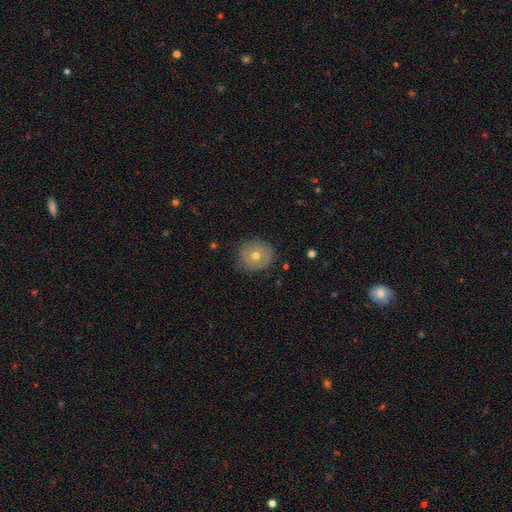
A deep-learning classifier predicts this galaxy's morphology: smooth_or_featured: smooth (p=0.50) [alt: featured or disk p=0.41]
merging: none (p=0.80) [alt: minor disturbance p=0.15]